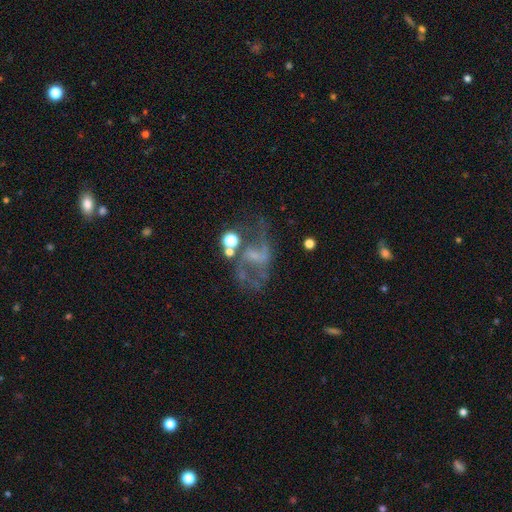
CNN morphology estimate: Smooth or featured?
  - featured or disk: 64% *
  - smooth: 19%
  - star or artifact: 16%
Edge-on disk?
  - no: 97% *
  - yes: 3%
Bar?
  - no: 47% *
  - weak: 39%
  - strong: 14%
Spiral arms?
  - yes: 65% *
  - no: 35%
Bulge size?
  - none: 46% *
  - small: 32%
  - moderate: 17%
  - large: 3%
  - dominant: 1%
Merging?
  - none: 37% *
  - major disturbance: 32%
  - minor disturbance: 18%
  - merger: 13%